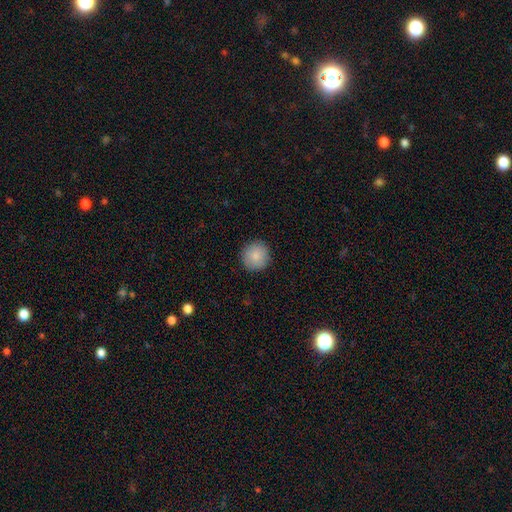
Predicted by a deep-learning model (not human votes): This is clearly a smooth galaxy (87%). How rounded: clearly round (94%). Merging: clearly none (91%).